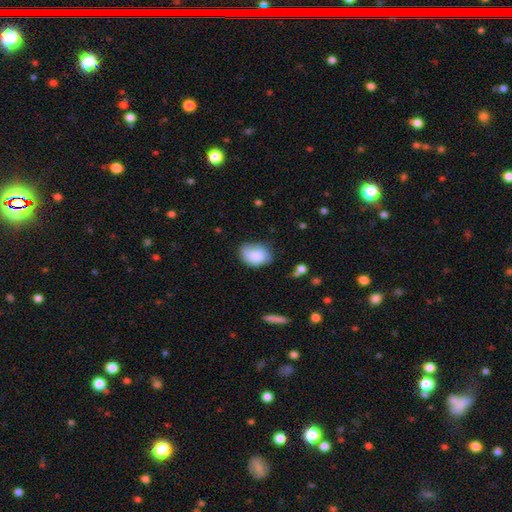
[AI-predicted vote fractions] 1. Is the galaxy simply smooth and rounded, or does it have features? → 79% smooth, 13% featured or disk, 7% star or artifact.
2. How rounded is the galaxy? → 74% in between, 25% round, 1% cigar-shaped.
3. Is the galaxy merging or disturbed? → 60% none, 29% minor disturbance, 7% major disturbance, 4% merger.